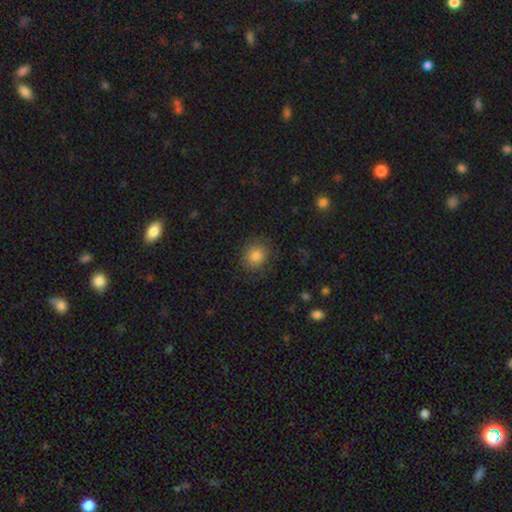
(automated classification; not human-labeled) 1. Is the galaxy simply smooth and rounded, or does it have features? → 82% smooth, 10% star or artifact, 8% featured or disk.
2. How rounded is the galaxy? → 78% round, 21% in between, 1% cigar-shaped.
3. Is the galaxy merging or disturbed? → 82% none, 12% minor disturbance, 5% major disturbance, 1% merger.